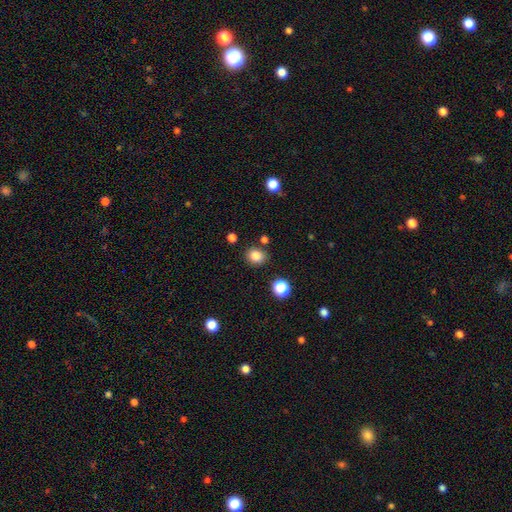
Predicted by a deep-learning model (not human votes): Smooth or featured?
  - smooth: 84% *
  - star or artifact: 12%
  - featured or disk: 4%
How rounded?
  - round: 75% *
  - in between: 24%
  - cigar-shaped: 1%
Merging?
  - none: 83% *
  - minor disturbance: 10%
  - merger: 4%
  - major disturbance: 3%